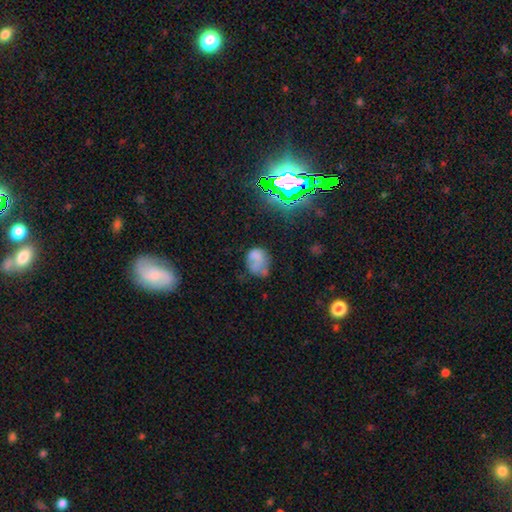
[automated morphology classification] This appears to be a smooth galaxy with no disk features (56%) that is in between round and cigar-shaped (53%). Merging: none (35%).